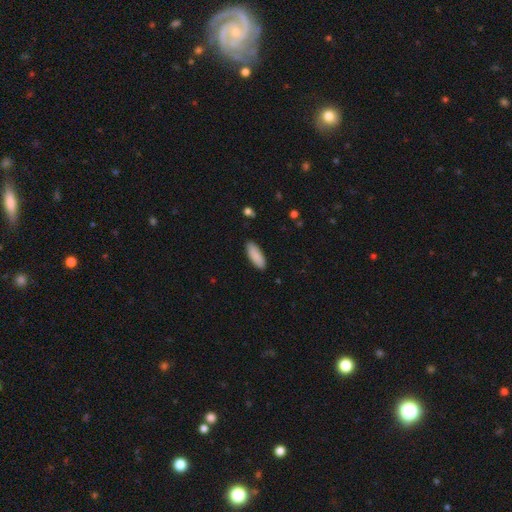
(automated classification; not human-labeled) Smooth or featured? Predicted: smooth (p=0.90). How rounded? Predicted: in between (p=0.70). Merging? Predicted: none (p=0.89).